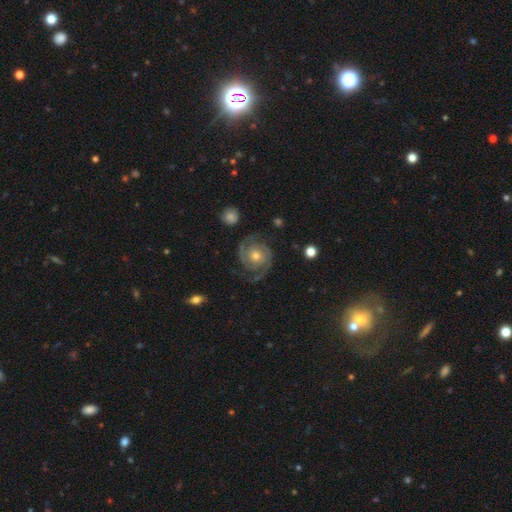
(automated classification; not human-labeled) Overall: featured or disk (89%). Edge-on disk: no (98%). Bar: no (77%). Spiral arms: yes (98%). Spiral arm count: 2 (90%). Spiral winding: tight (60%; medium 34%). Bulge size: moderate (65%; small 28%). Merging: none (80%).